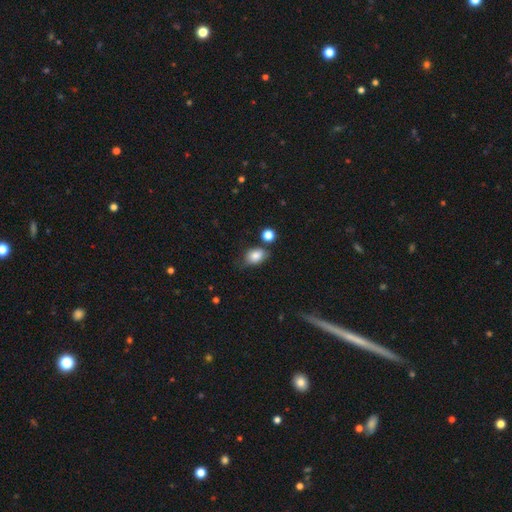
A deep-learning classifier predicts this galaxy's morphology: A smooth galaxy with no disk features (84%) that is in between round and cigar-shaped (72%).

Vote fractions:
- Smooth or featured? smooth: 84% / star or artifact: 9% / featured or disk: 7%
- How rounded? in between: 72% / round: 27% / cigar-shaped: 1%
- Merging? none: 61% / minor disturbance: 24% / merger: 9% / major disturbance: 6%